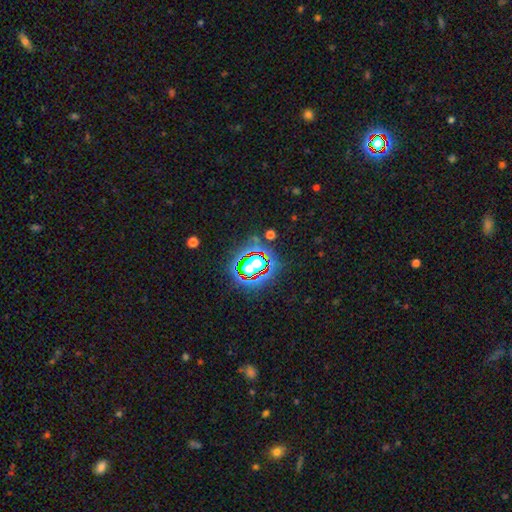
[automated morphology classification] This is clearly a star or artifact rather than a galaxy (81%).